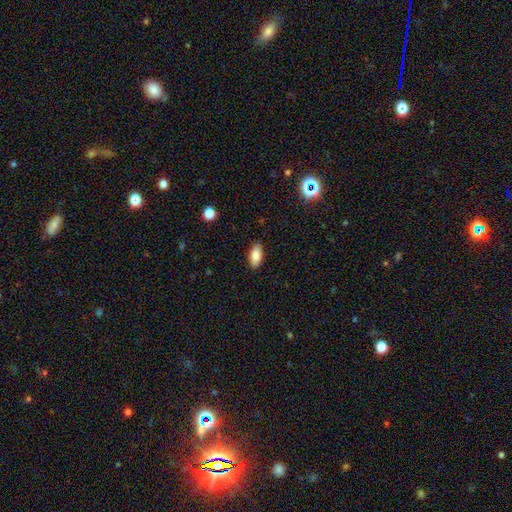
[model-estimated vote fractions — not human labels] This is clearly a smooth galaxy (86%). How rounded: clearly in between (92%). Merging: clearly none (88%).